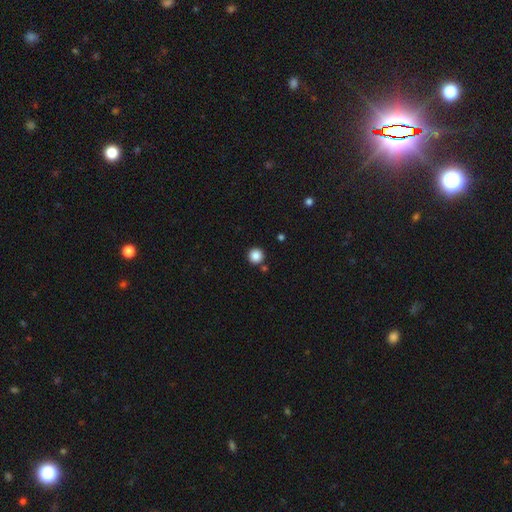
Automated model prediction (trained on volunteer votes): smooth_or_featured: smooth (p=0.87) [alt: star or artifact p=0.10]
how_rounded: round (p=0.96) [alt: in between p=0.03]
merging: none (p=0.88) [alt: minor disturbance p=0.06]